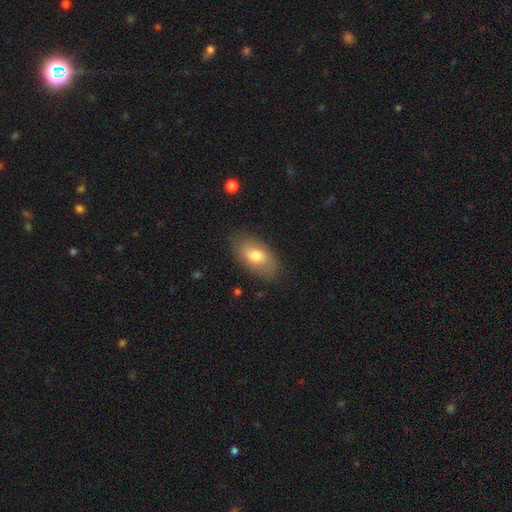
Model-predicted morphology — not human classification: This appears to be a smooth galaxy with no disk features (73%) that is in between round and cigar-shaped (93%). Merging: none (82%).